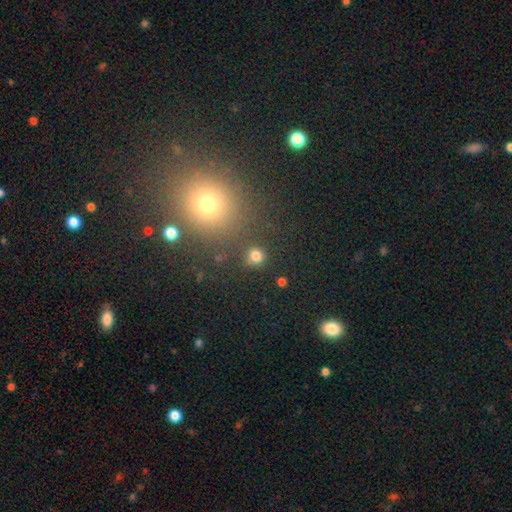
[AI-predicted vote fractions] A smooth galaxy with no disk features (79%) that is round (90%).

Vote fractions:
- Smooth or featured? smooth: 79% / star or artifact: 16% / featured or disk: 5%
- How rounded? round: 90% / in between: 9% / cigar-shaped: 1%
- Merging? none: 84% / minor disturbance: 8% / merger: 5% / major disturbance: 3%